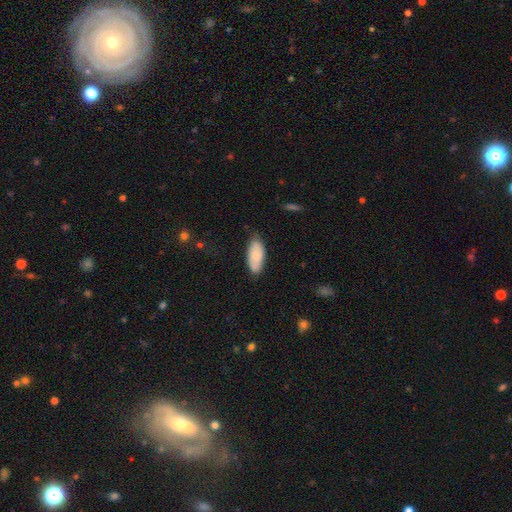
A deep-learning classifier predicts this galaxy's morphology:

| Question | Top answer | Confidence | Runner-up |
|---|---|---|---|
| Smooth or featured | smooth | 77% | featured or disk (17%) |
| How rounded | in between | 88% | cigar-shaped (10%) |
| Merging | none | 72% | minor disturbance (23%) |